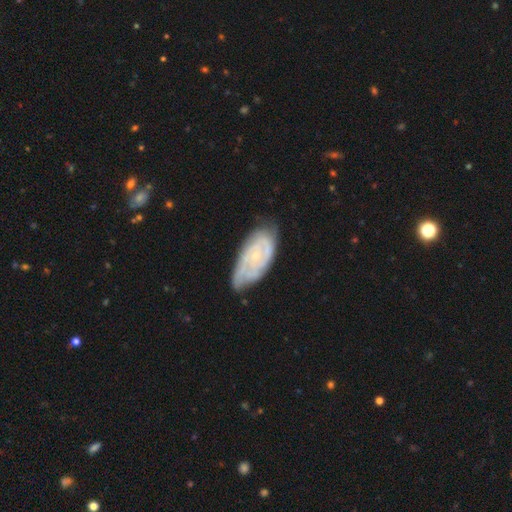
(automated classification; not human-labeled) smooth-or-featured: featured or disk: 71% | smooth: 22% | star or artifact: 7%
  disk-edge-on: no: 93% | yes: 7%
    bar: no: 72% | weak: 23% | strong: 5%
    has-spiral-arms: yes: 85% | no: 15%
      spiral-winding: tight: 65% | medium: 27% | loose: 8%
      spiral-arm-count: can't tell: 46% | 2: 26% | 3: 14% | 4: 6% | 1: 4% | more than 4: 4%
    bulge-size: small: 77% | moderate: 16% | none: 4% | large: 1% | dominant: 1%
  merging: none: 62% | minor disturbance: 28% | major disturbance: 8% | merger: 2%